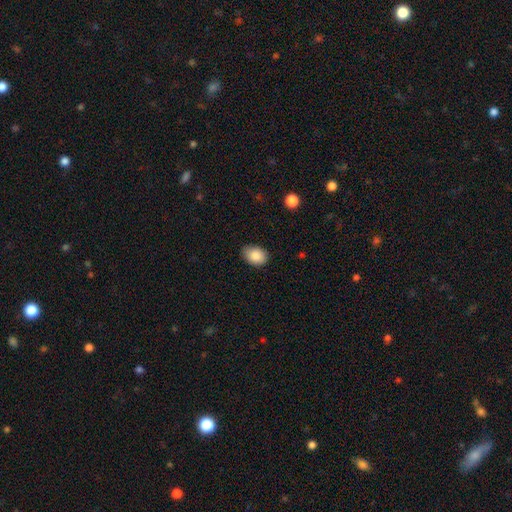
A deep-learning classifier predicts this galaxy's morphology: Smooth or featured?
  - smooth: 87% *
  - star or artifact: 8%
  - featured or disk: 6%
How rounded?
  - in between: 75% *
  - round: 24%
  - cigar-shaped: 1%
Merging?
  - none: 81% *
  - minor disturbance: 15%
  - major disturbance: 2%
  - merger: 1%